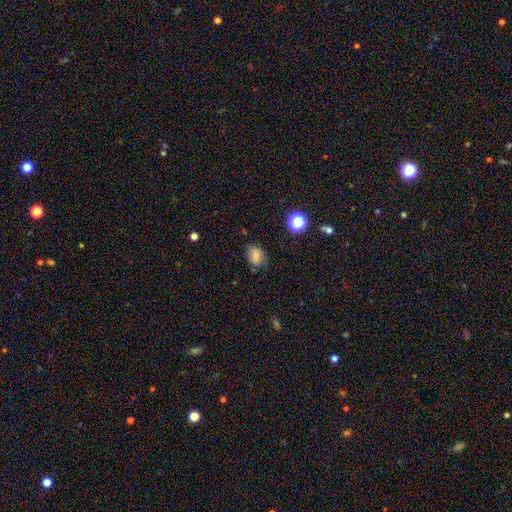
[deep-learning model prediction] A smooth galaxy with no disk features (77%) that is in between round and cigar-shaped (65%). Merging: none (71%).